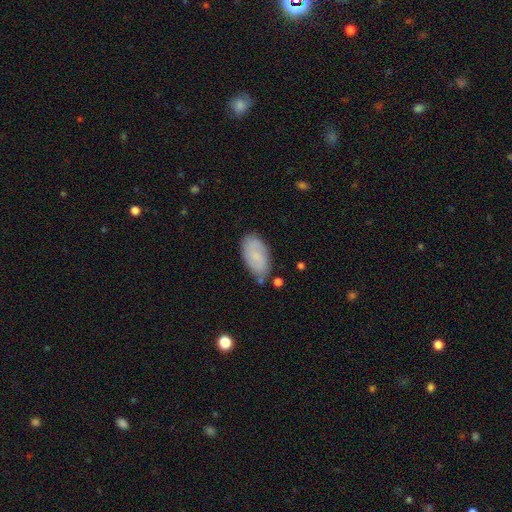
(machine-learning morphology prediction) A smooth galaxy with no disk features (59%) that is in between round and cigar-shaped (92%).

Vote fractions:
- Smooth or featured? smooth: 59% / featured or disk: 33% / star or artifact: 8%
- How rounded? in between: 92% / cigar-shaped: 4% / round: 3%
- Merging? none: 73% / minor disturbance: 19% / merger: 4% / major disturbance: 4%